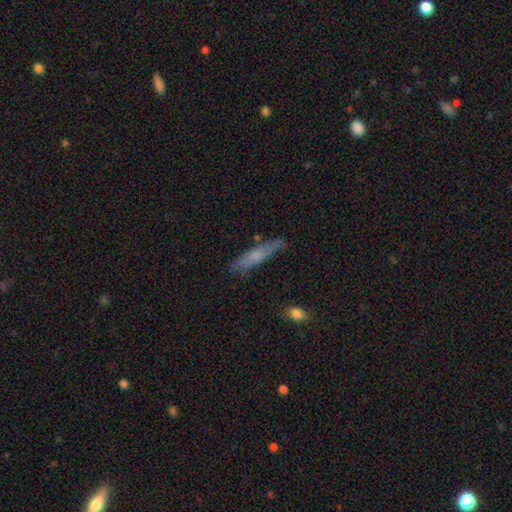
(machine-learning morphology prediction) Smooth or featured? smooth (53%)
How rounded? cigar-shaped (85%)
Merging? none (73%)